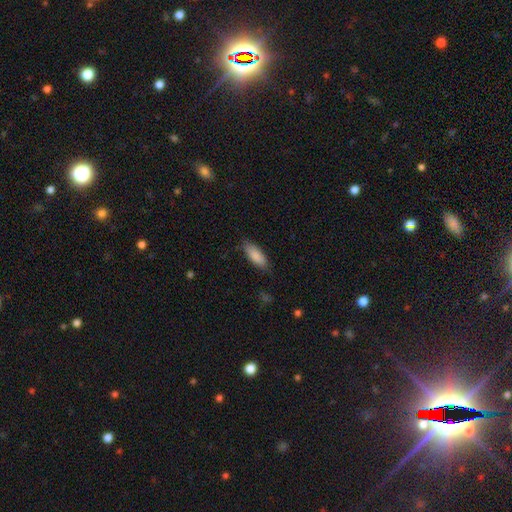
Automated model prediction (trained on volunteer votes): Smooth or featured?
  - smooth: 87% *
  - featured or disk: 8%
  - star or artifact: 6%
How rounded?
  - in between: 72% *
  - cigar-shaped: 26%
  - round: 2%
Merging?
  - none: 80% *
  - minor disturbance: 16%
  - major disturbance: 3%
  - merger: 1%